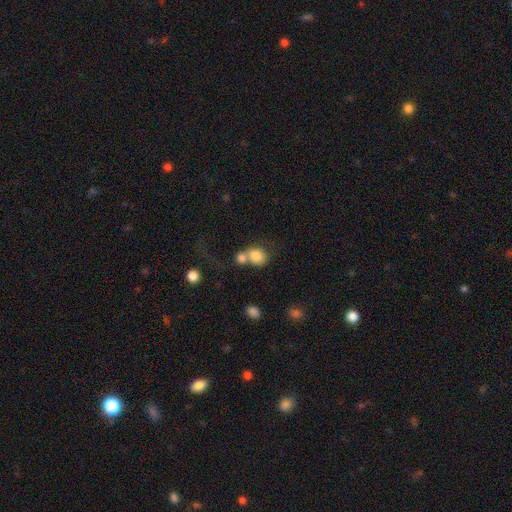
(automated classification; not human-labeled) Smooth or featured? Predicted: smooth (p=0.80). How rounded? Predicted: round (p=0.65). Merging? Predicted: merger (p=0.59).